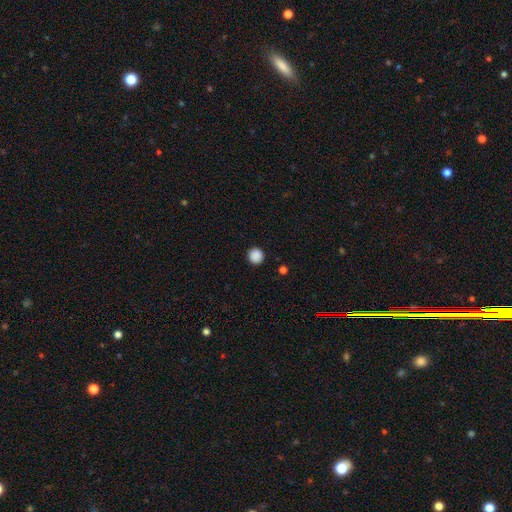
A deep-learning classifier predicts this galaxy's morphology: smooth-or-featured: smooth: 88% | star or artifact: 10% | featured or disk: 2%
  how-rounded: round: 94% | in between: 5% | cigar-shaped: 1%
  merging: none: 92% | minor disturbance: 5% | major disturbance: 2% | merger: 1%